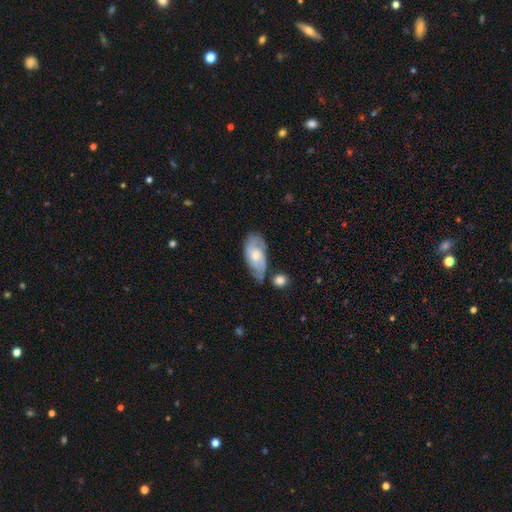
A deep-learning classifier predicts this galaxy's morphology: Smooth or featured? featured or disk (66%)
Edge-on disk? no (93%)
Bar? no (60%)
Spiral arms? yes (90%)
Spiral winding? tight (44%)
Spiral arm count? 2 (54%)
Bulge size? moderate (50%)
Merging? none (58%)